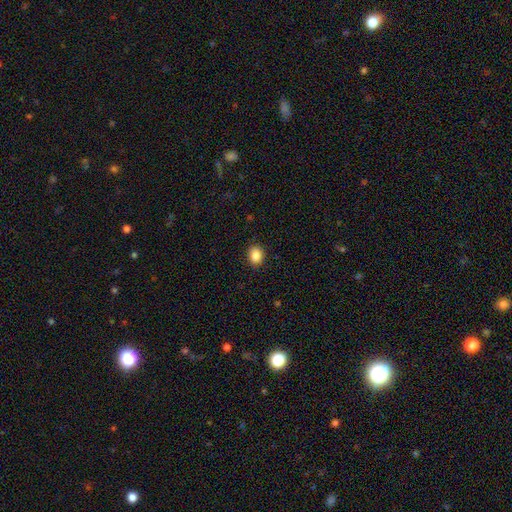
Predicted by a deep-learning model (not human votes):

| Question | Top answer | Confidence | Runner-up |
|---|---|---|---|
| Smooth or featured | smooth | 87% | star or artifact (9%) |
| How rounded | round | 55% | in between (45%) |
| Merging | none | 89% | minor disturbance (8%) |